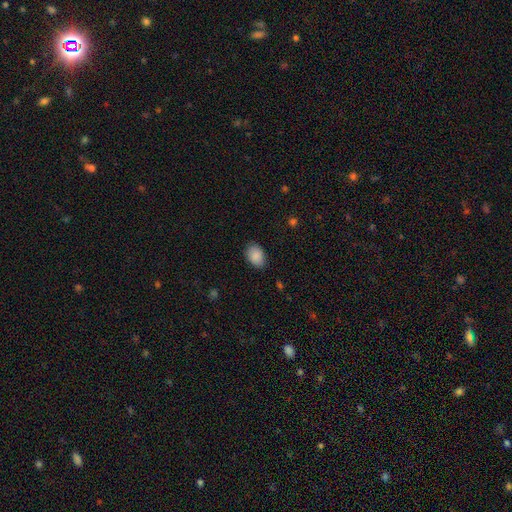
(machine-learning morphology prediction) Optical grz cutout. It shows a smooth galaxy with no disk features (88%) that is in between round and cigar-shaped (82%). Merging: none (82%).